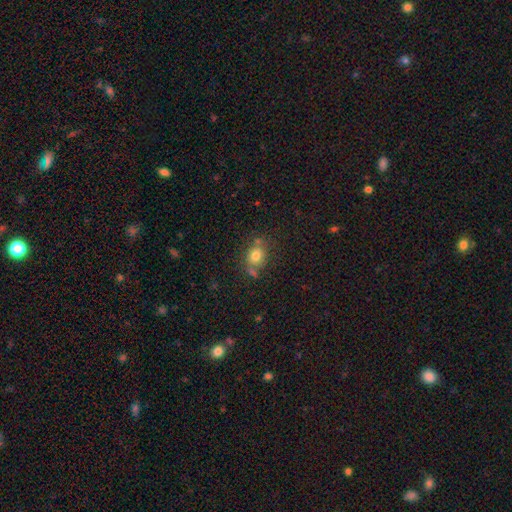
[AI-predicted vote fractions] This appears to be a smooth galaxy with no disk features (75%) that is round (55%). Merging: none (63%).